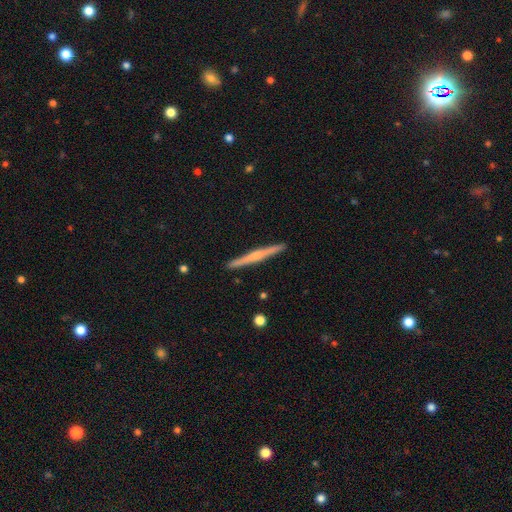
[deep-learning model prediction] A featured or disk galaxy (66%) viewed edge-on (98%) with a rounded central bulge (64%). Merging: none (92%).